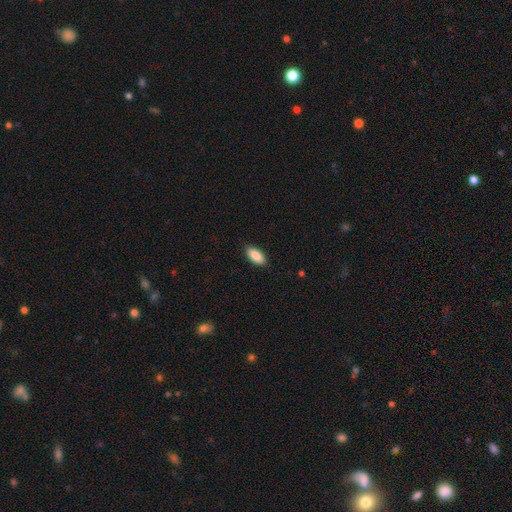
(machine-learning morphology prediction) A smooth galaxy with no disk features (89%) that is in between round and cigar-shaped (89%). Merging: none (88%).